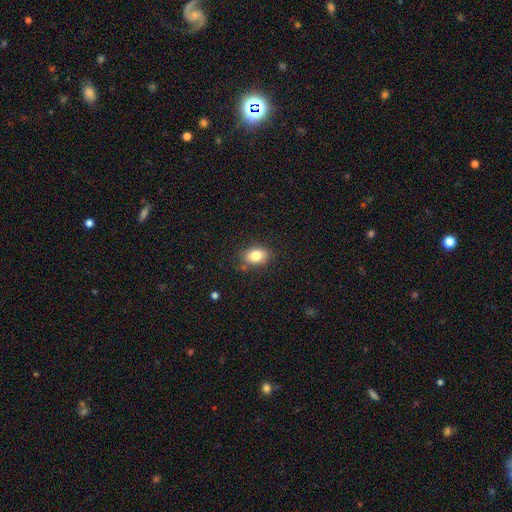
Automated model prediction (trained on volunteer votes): A smooth galaxy with no disk features (83%) that is in between round and cigar-shaped (82%).

Vote fractions:
- Smooth or featured? smooth: 83% / featured or disk: 9% / star or artifact: 9%
- How rounded? in between: 82% / round: 16% / cigar-shaped: 1%
- Merging? none: 83% / minor disturbance: 12% / major disturbance: 3% / merger: 2%